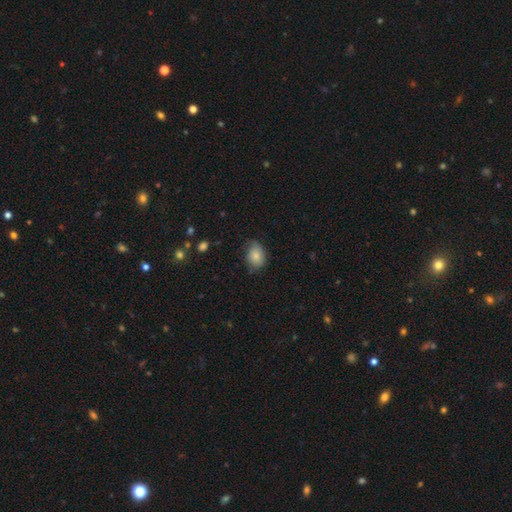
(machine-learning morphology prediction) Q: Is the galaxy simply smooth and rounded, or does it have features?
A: smooth — 80%.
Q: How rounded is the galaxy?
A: in between — 74%.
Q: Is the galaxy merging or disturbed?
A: none — 62%.